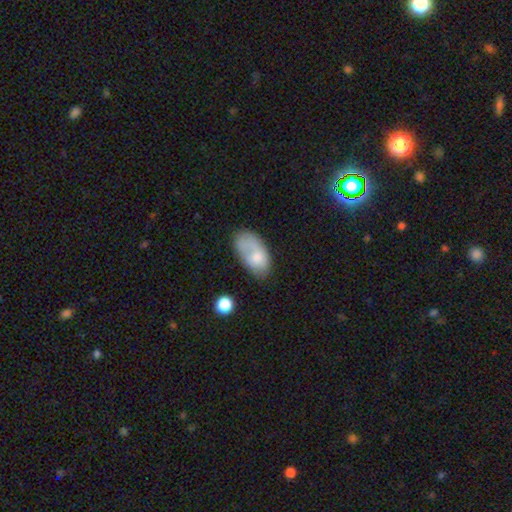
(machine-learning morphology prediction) This is likely a smooth galaxy (70%). How rounded: clearly in between (92%). Merging: marginally none (41%).